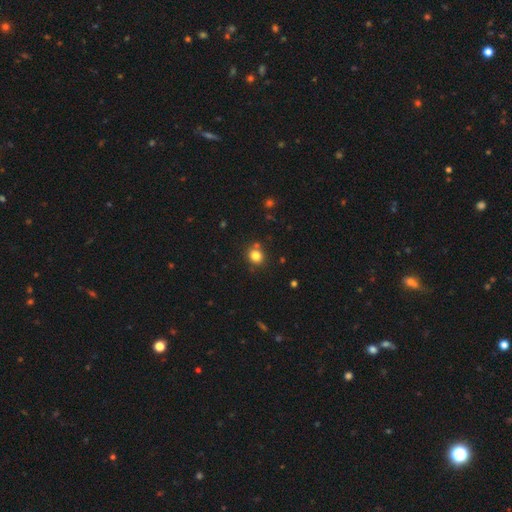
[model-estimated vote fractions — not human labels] smooth 81%, star or artifact 13%, featured or disk 6%. Down the decision tree: how rounded — round (80%); merging — none (76%).